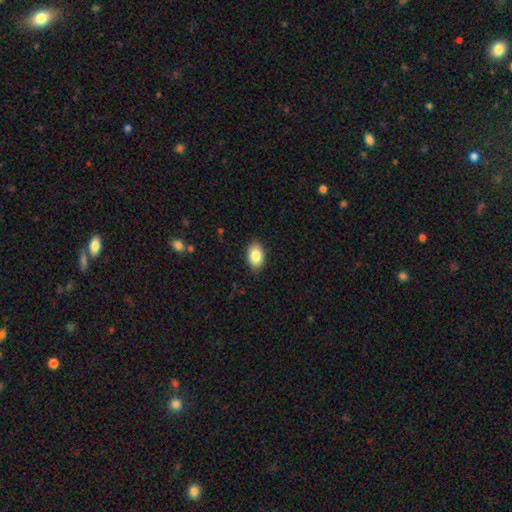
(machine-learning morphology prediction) type=smooth (84%); roundness=in between (88%); merging=none (87%).